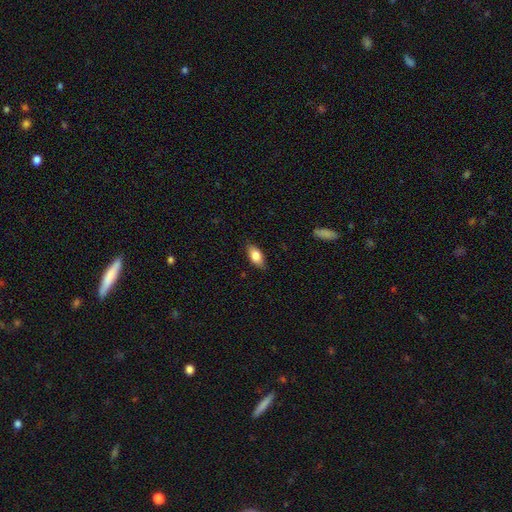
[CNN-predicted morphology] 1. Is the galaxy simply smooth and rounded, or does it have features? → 80% smooth, 13% featured or disk, 7% star or artifact.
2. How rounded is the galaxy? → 88% in between, 8% cigar-shaped, 4% round.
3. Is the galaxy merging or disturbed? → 85% none, 11% minor disturbance, 2% major disturbance, 1% merger.